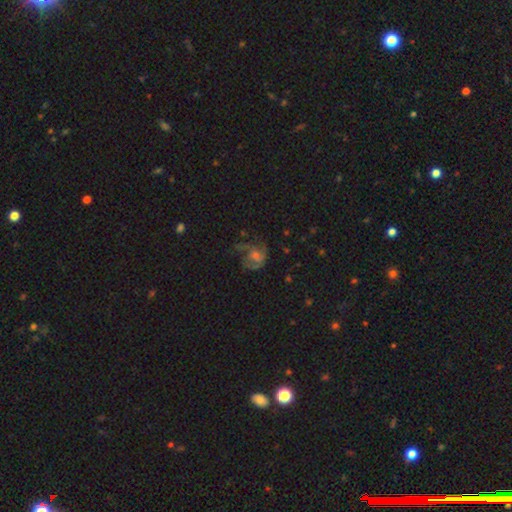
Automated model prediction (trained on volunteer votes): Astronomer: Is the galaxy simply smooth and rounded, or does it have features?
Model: featured or disk — 60%.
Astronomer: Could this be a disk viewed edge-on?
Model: no — 98%.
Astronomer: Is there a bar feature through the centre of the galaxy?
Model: no — 68%.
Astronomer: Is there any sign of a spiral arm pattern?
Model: yes — 77%.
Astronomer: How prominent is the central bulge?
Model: moderate — 41% (runner-up: small, 34%).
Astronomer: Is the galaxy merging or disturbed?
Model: none — 43% (runner-up: major disturbance, 35%).